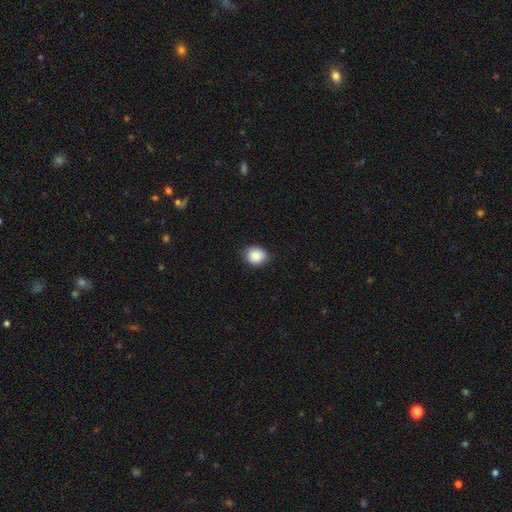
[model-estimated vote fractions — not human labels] This appears to be a smooth galaxy with no disk features (87%) that is round (68%). Merging: none (86%).